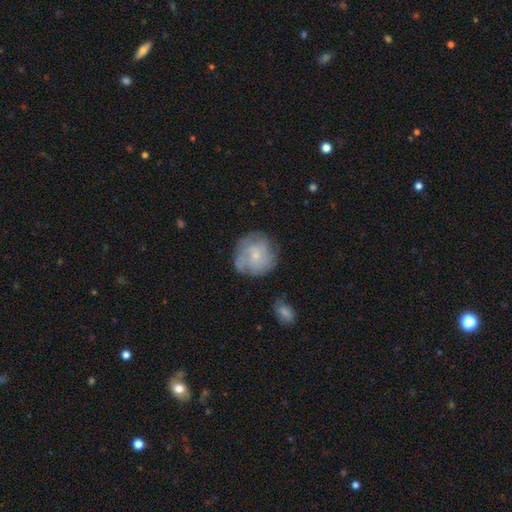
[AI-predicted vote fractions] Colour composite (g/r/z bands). It shows a featured or disk galaxy (48%). Merging: none (68%).